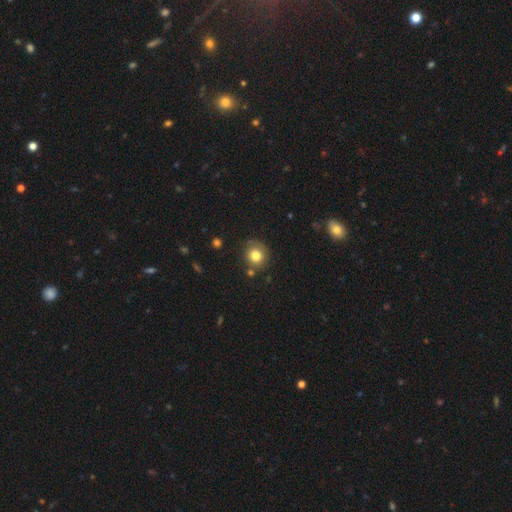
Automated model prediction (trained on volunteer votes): Overall: smooth (78%). How rounded: round (89%). Merging: none (75%).